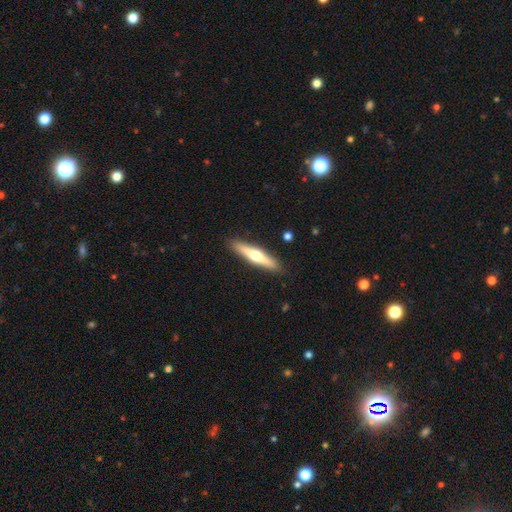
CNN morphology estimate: This is possibly a featured or disk galaxy (52%). It is clearly viewed edge-on (94%). Merging: clearly none (90%).